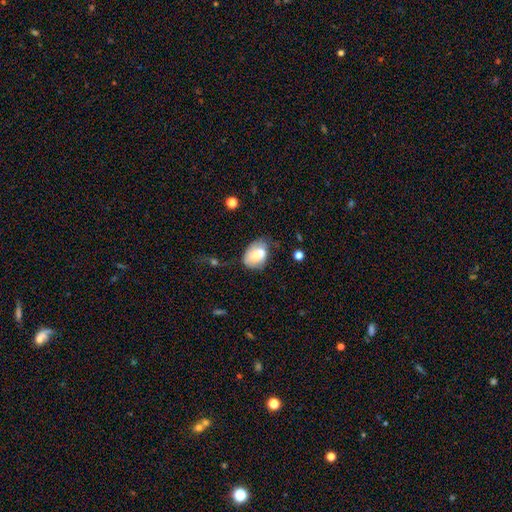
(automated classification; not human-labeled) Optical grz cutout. It shows a smooth galaxy with no disk features (64%) that is in between round and cigar-shaped (72%). Merging: none (41%).